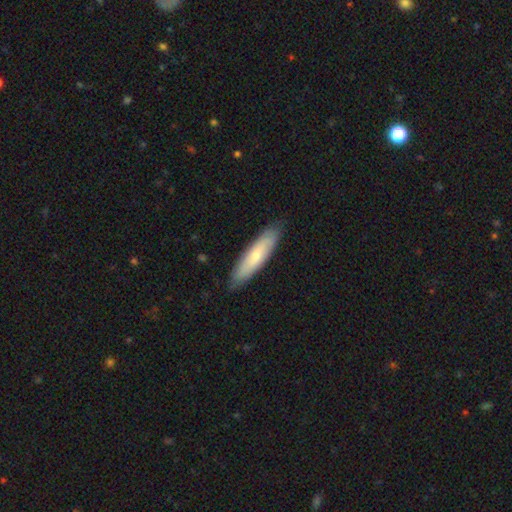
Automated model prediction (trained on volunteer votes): smooth 65%, featured or disk 30%, star or artifact 5%. Down the decision tree: how rounded — cigar-shaped (71%); merging — none (86%).